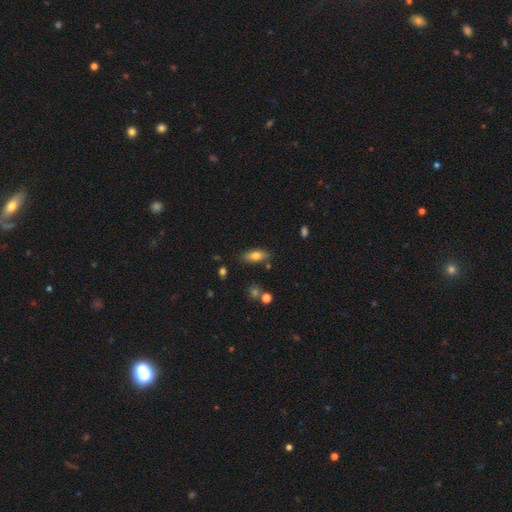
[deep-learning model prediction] Smooth or featured: smooth — 75% (featured or disk — 17%)
How rounded: in between — 83% (cigar-shaped — 14%)
Merging: none — 78% (minor disturbance — 15%)